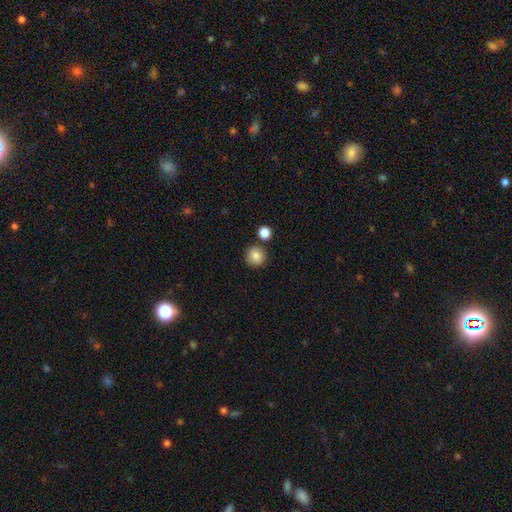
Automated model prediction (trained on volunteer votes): Smooth or featured?
  - smooth: 86% *
  - star or artifact: 9%
  - featured or disk: 5%
How rounded?
  - round: 93% *
  - in between: 6%
  - cigar-shaped: 1%
Merging?
  - none: 84% *
  - merger: 8%
  - minor disturbance: 7%
  - major disturbance: 2%